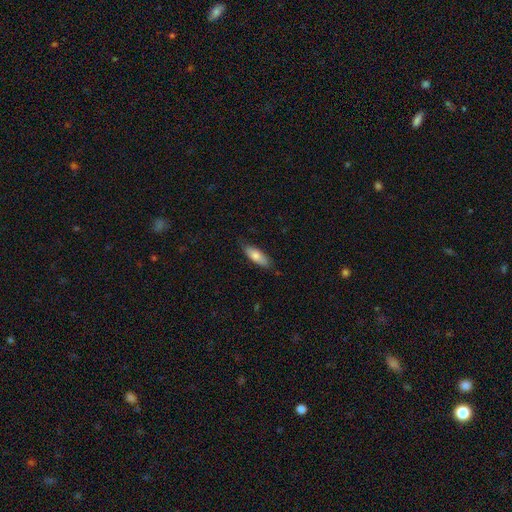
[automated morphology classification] type=smooth (79%); roundness=in between (67%); merging=none (78%).